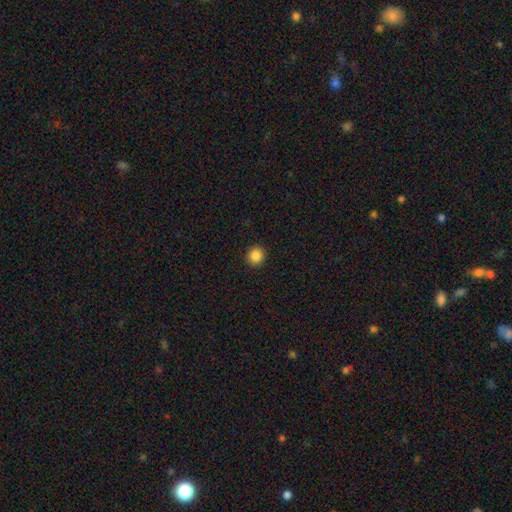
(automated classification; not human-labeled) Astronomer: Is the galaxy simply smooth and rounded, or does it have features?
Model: smooth — 86%.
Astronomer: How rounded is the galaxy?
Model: round — 89%.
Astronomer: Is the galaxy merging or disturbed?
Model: none — 92%.